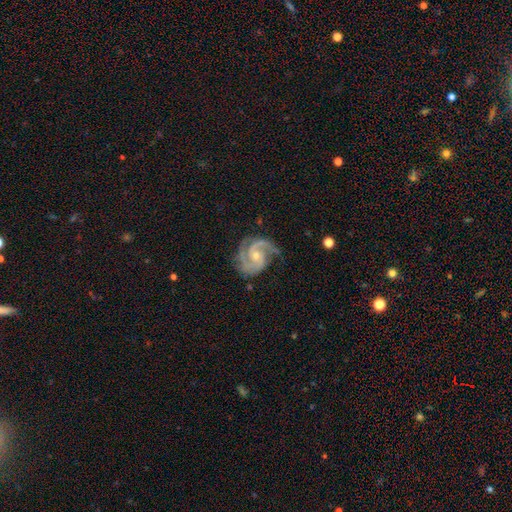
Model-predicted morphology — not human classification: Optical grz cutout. It shows a featured or disk galaxy (93%) with no bar (62%), 2 (74%) medium (52%) spiral arms (99%) and a small central bulge (61%). Merging: none (72%).